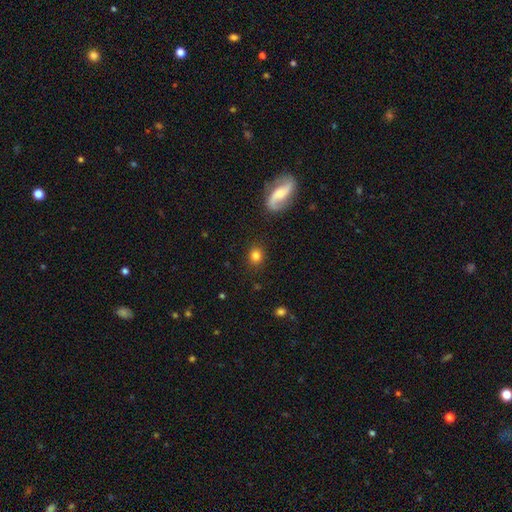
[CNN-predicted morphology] Smooth or featured? smooth (78%)
How rounded? round (71%)
Merging? none (87%)